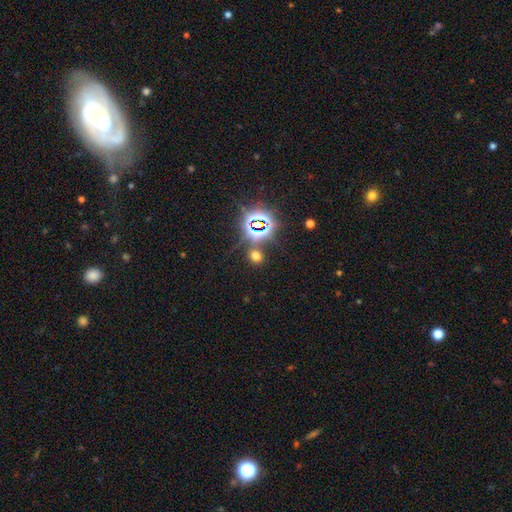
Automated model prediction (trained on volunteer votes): A smooth galaxy with no disk features (53%) that is round (67%).

Vote fractions:
- Smooth or featured? smooth: 53% / star or artifact: 41% / featured or disk: 6%
- How rounded? round: 67% / in between: 31% / cigar-shaped: 2%
- Merging? none: 79% / minor disturbance: 9% / merger: 8% / major disturbance: 4%